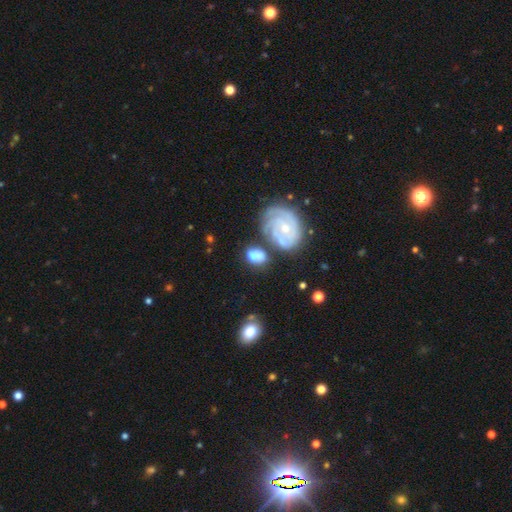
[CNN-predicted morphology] The model was most divided on "smooth or featured": smooth: 49%, featured or disk: 42%, star or artifact: 9%. Remaining: merging — none (49%).